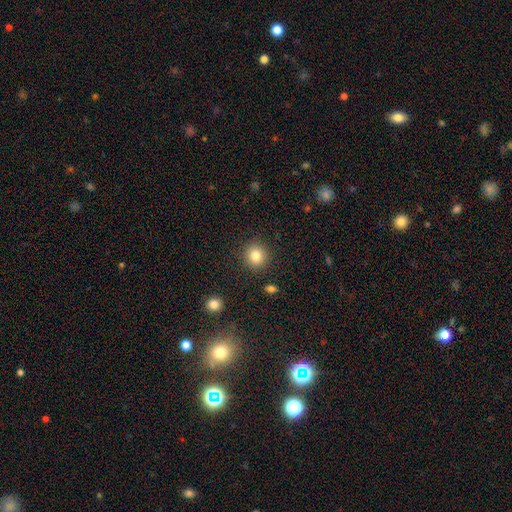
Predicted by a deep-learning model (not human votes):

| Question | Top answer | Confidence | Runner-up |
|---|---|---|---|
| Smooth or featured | smooth | 83% | star or artifact (11%) |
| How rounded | round | 91% | in between (8%) |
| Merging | none | 90% | minor disturbance (6%) |